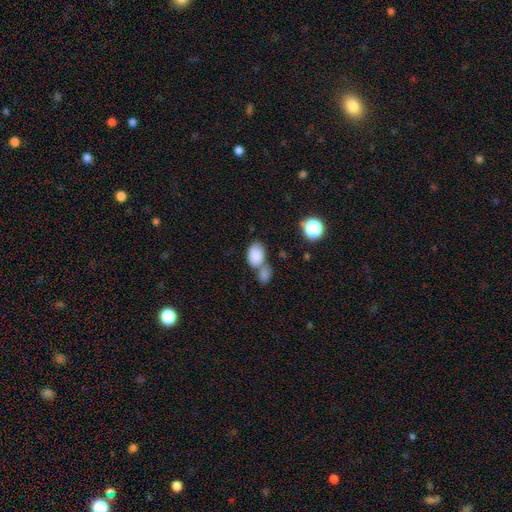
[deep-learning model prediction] A smooth galaxy with no disk features (85%) that is in between round and cigar-shaped (87%). Merging: merger (49%).